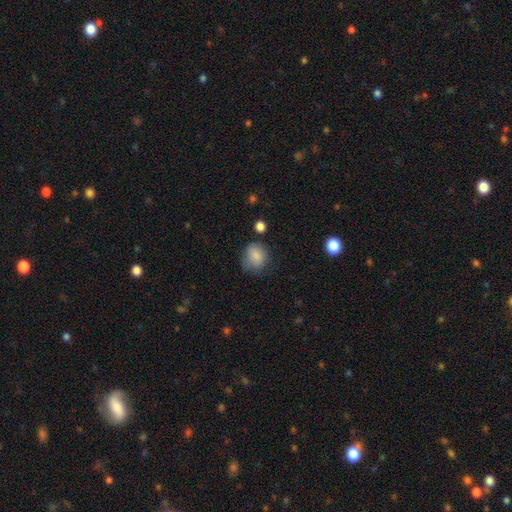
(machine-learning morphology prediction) This is clearly a smooth galaxy (83%). How rounded: likely round (71%). Merging: likely none (61%).